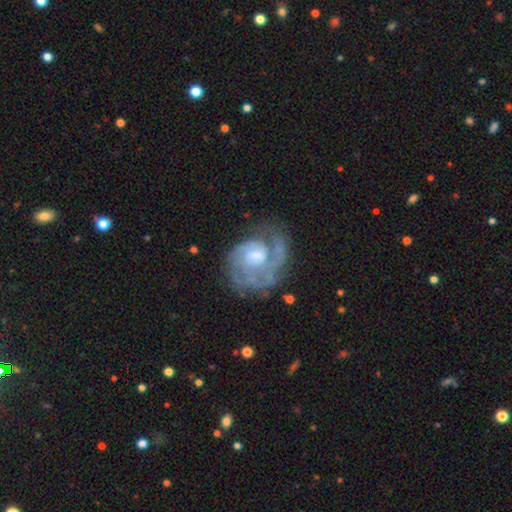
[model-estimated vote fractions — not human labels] This appears to be a featured or disk galaxy (81%) with no bar (54%), 2 (29%) tight (52%) spiral arms (90%) and a moderate central bulge (43%). Merging: none (54%).